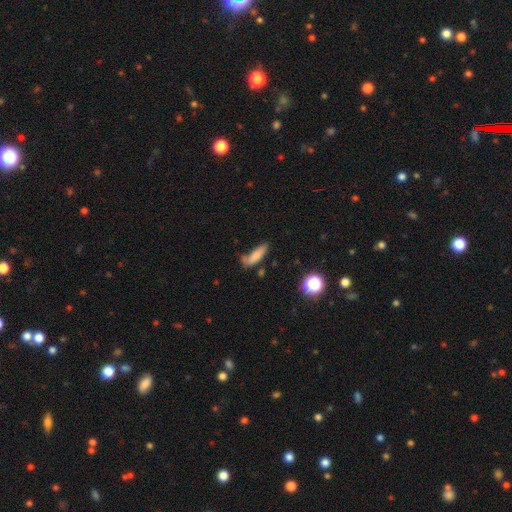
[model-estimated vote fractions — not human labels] This is likely a smooth galaxy (75%). How rounded: possibly cigar-shaped (53%). Merging: possibly none (51%).